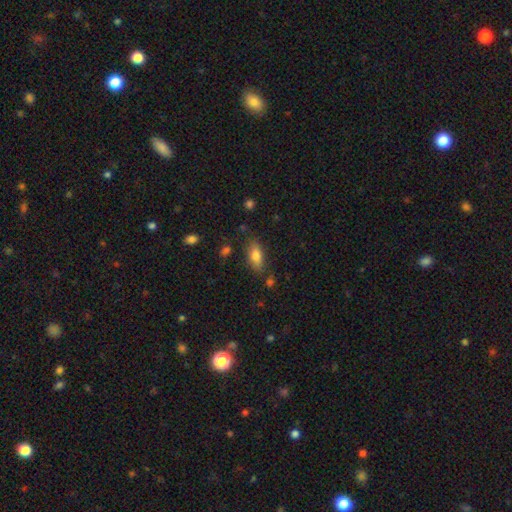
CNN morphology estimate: This is likely a smooth galaxy (78%). How rounded: clearly in between (81%). Merging: likely none (77%).